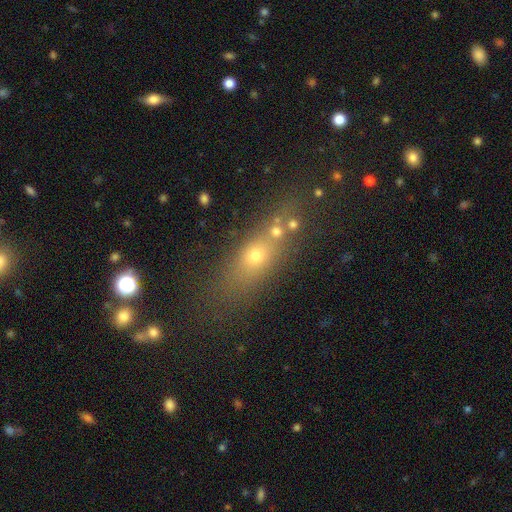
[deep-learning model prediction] This is possibly a smooth galaxy (58%). How rounded: possibly in between (47%). Merging: possibly none (60%).